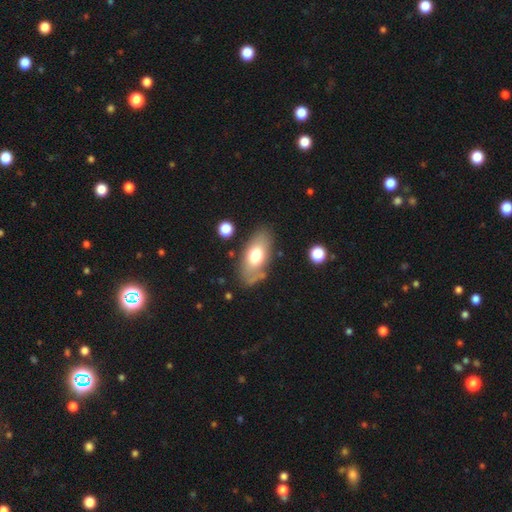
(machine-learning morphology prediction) Smooth or featured? smooth (65%)
How rounded? in between (89%)
Merging? none (76%)